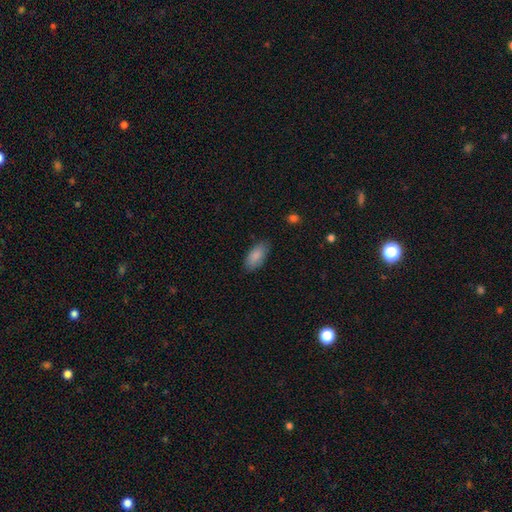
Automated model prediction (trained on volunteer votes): This is clearly a smooth galaxy (87%). How rounded: clearly in between (92%). Merging: clearly none (81%).